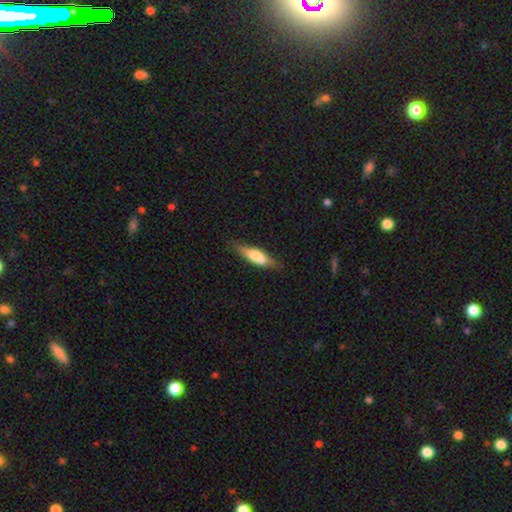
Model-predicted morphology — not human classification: smooth_or_featured: smooth (p=0.64) [alt: featured or disk p=0.30]
how_rounded: cigar-shaped (p=0.57) [alt: in between p=0.41]
merging: none (p=0.71) [alt: minor disturbance p=0.20]